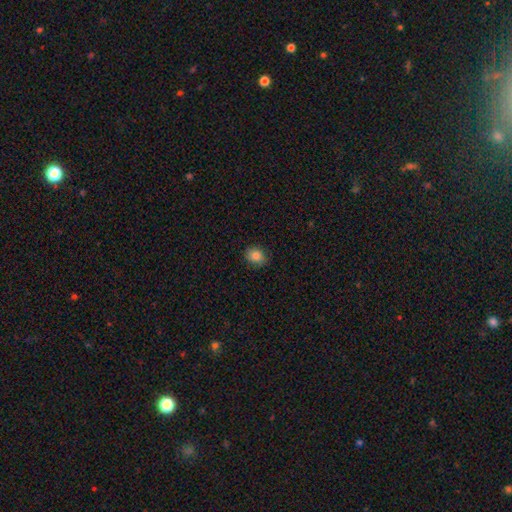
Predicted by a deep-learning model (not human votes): Smooth or featured? Predicted: smooth (p=0.85). How rounded? Predicted: round (p=0.58). Merging? Predicted: none (p=0.83).